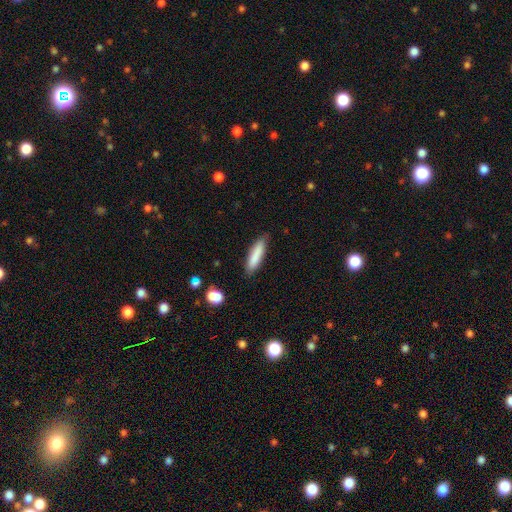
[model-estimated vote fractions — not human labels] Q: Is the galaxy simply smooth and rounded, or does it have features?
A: smooth — 84%.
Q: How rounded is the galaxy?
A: cigar-shaped — 73%.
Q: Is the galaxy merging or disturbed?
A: none — 84%.